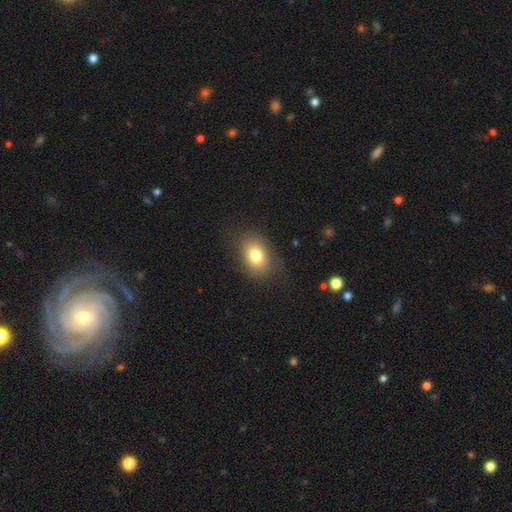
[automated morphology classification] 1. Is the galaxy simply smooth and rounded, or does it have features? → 79% smooth, 11% featured or disk, 10% star or artifact.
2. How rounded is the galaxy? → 72% in between, 27% round, 1% cigar-shaped.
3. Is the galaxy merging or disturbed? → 82% none, 12% minor disturbance, 5% major disturbance, 1% merger.